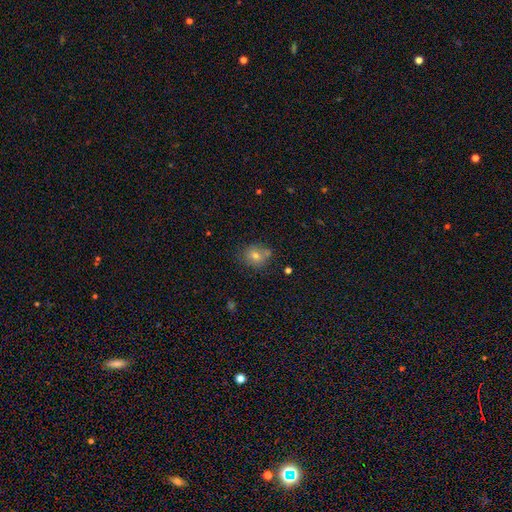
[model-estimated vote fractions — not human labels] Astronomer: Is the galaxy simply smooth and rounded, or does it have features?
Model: smooth — 73%.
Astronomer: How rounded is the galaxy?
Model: round — 69%.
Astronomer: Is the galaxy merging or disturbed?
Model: none — 64%.